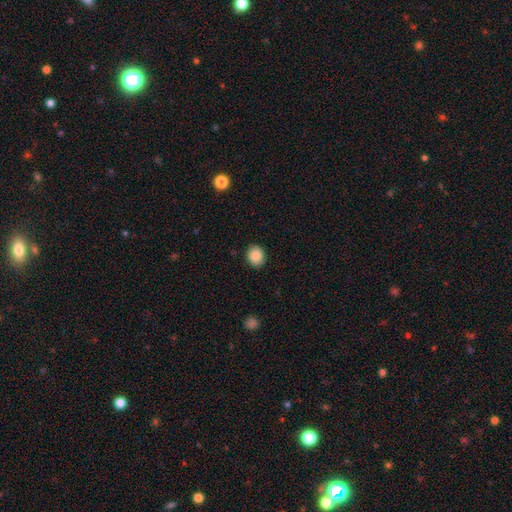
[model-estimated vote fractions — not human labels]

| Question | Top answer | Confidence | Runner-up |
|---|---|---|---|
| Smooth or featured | smooth | 87% | star or artifact (8%) |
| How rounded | round | 63% | in between (36%) |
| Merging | none | 90% | minor disturbance (7%) |